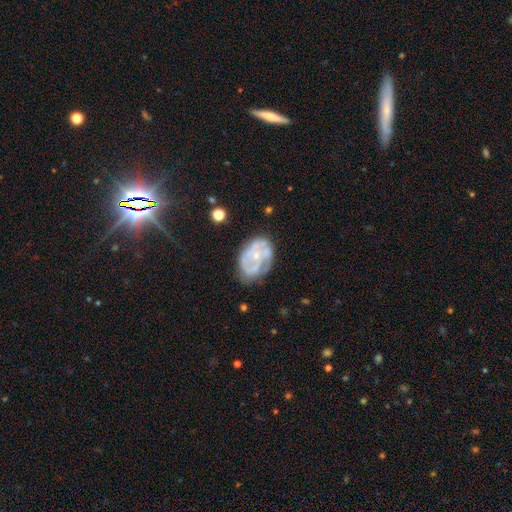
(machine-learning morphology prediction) Smooth or featured: featured or disk — 71% (smooth — 22%)
Edge-on disk: no — 97% (yes — 3%)
Bar: no — 78% (weak — 18%)
Spiral arms: yes — 58% (no — 42%)
Bulge size: small — 67% (moderate — 24%)
Merging: none — 58% (minor disturbance — 25%)